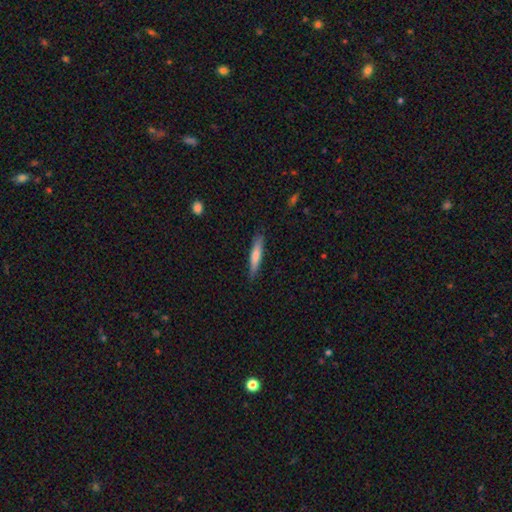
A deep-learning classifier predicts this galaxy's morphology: type=smooth (72%); roundness=cigar-shaped (89%); merging=none (86%).